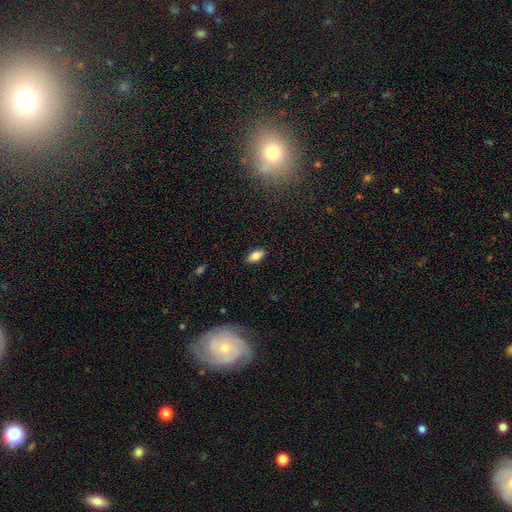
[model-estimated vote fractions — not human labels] Overall: smooth (84%). How rounded: in between (90%). Merging: none (87%).